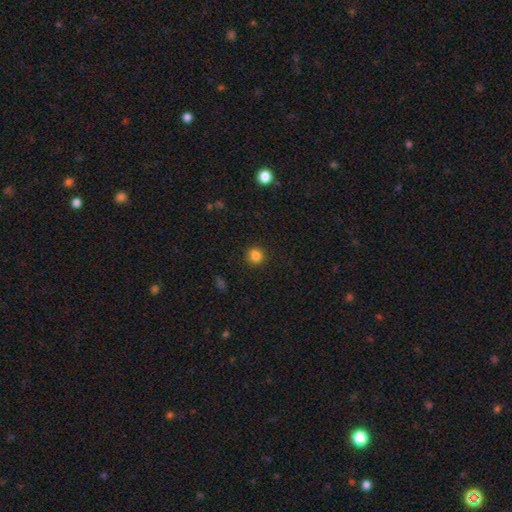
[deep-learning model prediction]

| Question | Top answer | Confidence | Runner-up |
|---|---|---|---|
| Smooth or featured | smooth | 83% | star or artifact (12%) |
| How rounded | round | 91% | in between (8%) |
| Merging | none | 90% | minor disturbance (7%) |